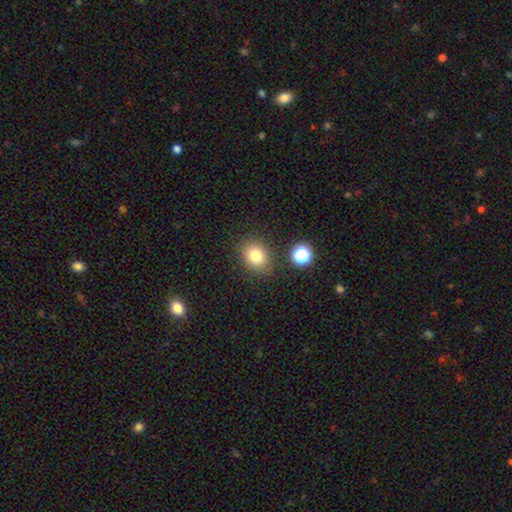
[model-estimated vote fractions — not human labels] A smooth galaxy with no disk features (80%) that is in between round and cigar-shaped (51%).

Vote fractions:
- Smooth or featured? smooth: 80% / star or artifact: 12% / featured or disk: 8%
- How rounded? in between: 51% / round: 48% / cigar-shaped: 1%
- Merging? none: 81% / minor disturbance: 11% / merger: 4% / major disturbance: 4%